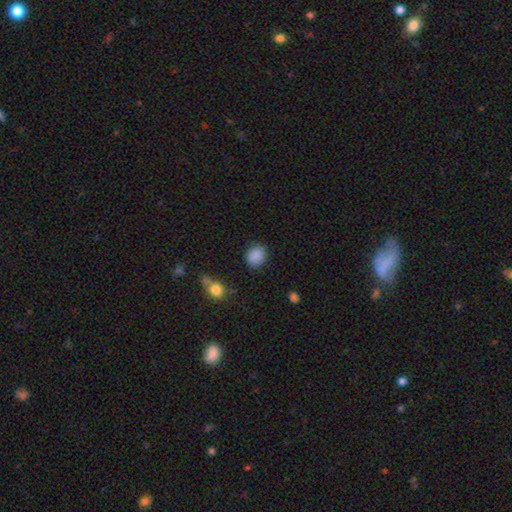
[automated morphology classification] A smooth galaxy with no disk features (88%) that is round (62%). Merging: none (84%).